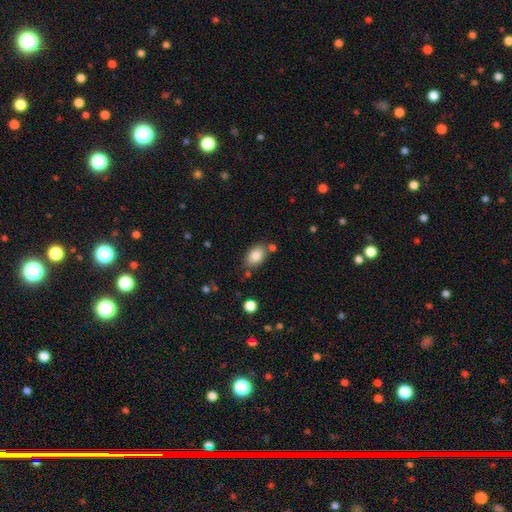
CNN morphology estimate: The model was most divided on "merging": none: 74%, minor disturbance: 14%, merger: 8%, major disturbance: 4%. More confident: how rounded — in between (87%); smooth or featured — smooth (85%).